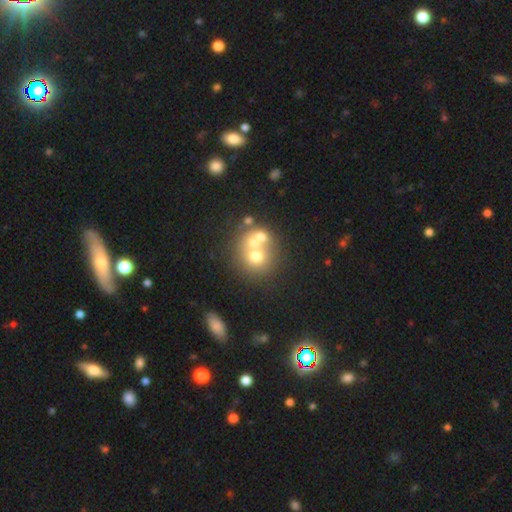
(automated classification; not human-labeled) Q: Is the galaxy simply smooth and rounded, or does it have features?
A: smooth — 56%.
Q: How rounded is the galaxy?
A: round — 81%.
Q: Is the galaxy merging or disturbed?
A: merger — 54%.